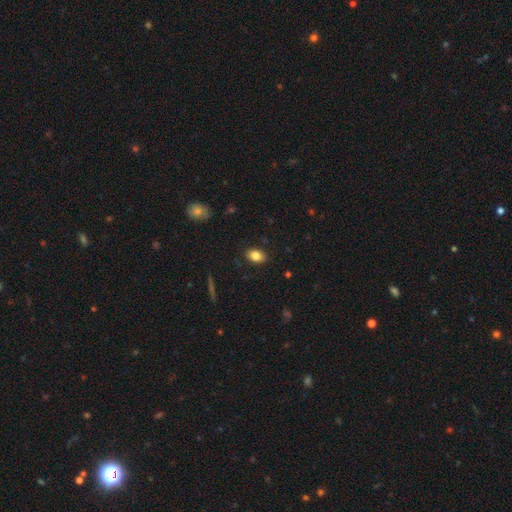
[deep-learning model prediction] Smooth or featured? smooth (84%)
How rounded? in between (85%)
Merging? none (87%)